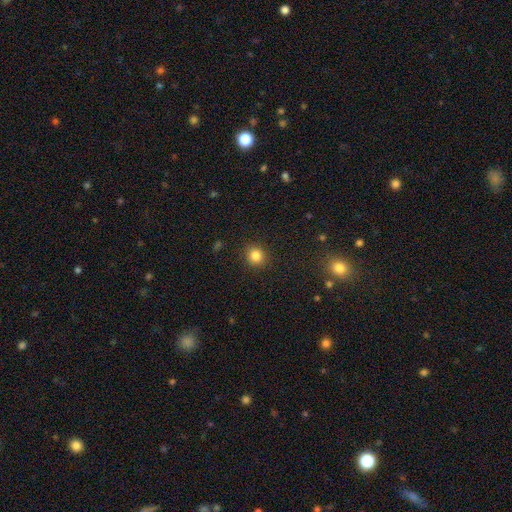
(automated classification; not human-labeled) Smooth or featured?
  - smooth: 83% *
  - star or artifact: 12%
  - featured or disk: 5%
How rounded?
  - round: 87% *
  - in between: 12%
  - cigar-shaped: 1%
Merging?
  - none: 91% *
  - minor disturbance: 6%
  - major disturbance: 2%
  - merger: 1%